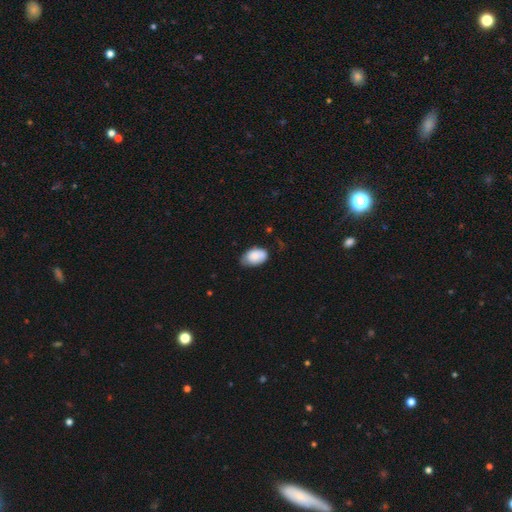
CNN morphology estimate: smooth-or-featured: smooth: 82% | featured or disk: 11% | star or artifact: 7%
  how-rounded: in between: 91% | round: 8% | cigar-shaped: 1%
  merging: none: 55% | minor disturbance: 36% | major disturbance: 6% | merger: 2%